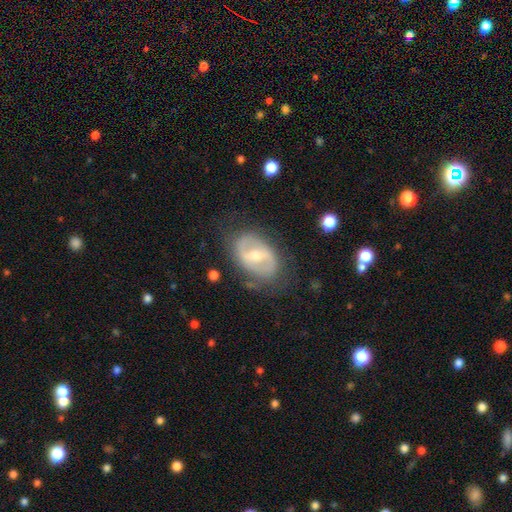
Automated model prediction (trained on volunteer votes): Smooth or featured? featured or disk (69%)
Edge-on disk? no (94%)
Bar? weak (41%)
Spiral arms? yes (53%)
Bulge size? moderate (57%)
Merging? none (70%)